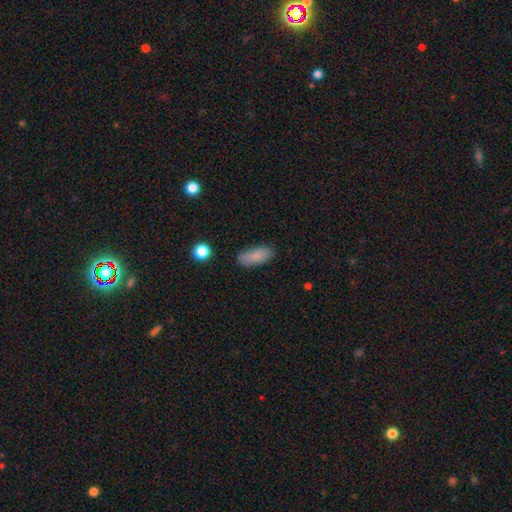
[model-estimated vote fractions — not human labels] smooth_or_featured: smooth (p=0.85) [alt: star or artifact p=0.08]
how_rounded: in between (p=0.79) [alt: cigar-shaped p=0.18]
merging: none (p=0.82) [alt: minor disturbance p=0.13]